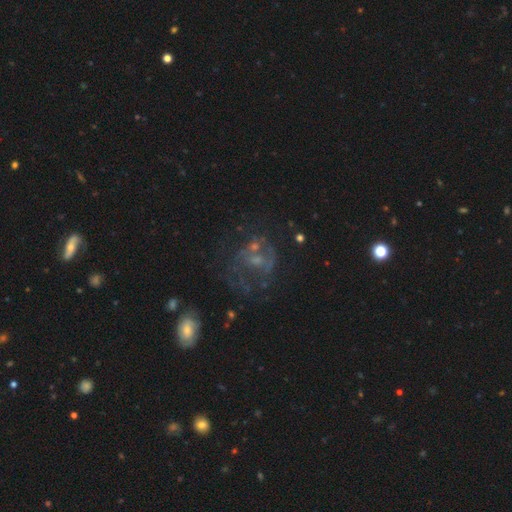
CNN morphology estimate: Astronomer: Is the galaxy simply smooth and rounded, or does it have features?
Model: featured or disk — 59%.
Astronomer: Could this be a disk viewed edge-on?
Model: no — 97%.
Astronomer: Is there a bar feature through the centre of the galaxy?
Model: no — 73%.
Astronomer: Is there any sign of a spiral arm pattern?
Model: no — 53% (runner-up: yes, 47%).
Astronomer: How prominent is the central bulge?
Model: small — 44% (runner-up: none, 28%).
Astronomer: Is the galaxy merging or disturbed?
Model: none — 46% (runner-up: major disturbance, 27%).